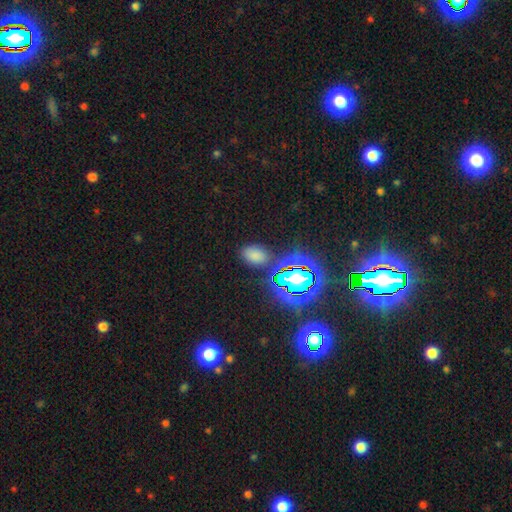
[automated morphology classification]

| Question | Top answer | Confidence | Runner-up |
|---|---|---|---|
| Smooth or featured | smooth | 64% | star or artifact (29%) |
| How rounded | in between | 87% | round (11%) |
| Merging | none | 81% | minor disturbance (11%) |